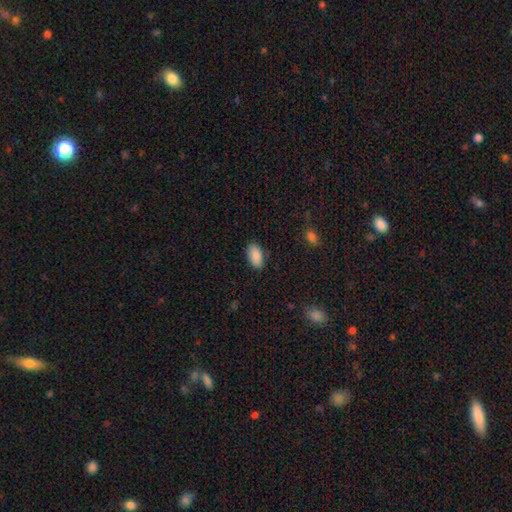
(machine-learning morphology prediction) smooth 88%, star or artifact 7%, featured or disk 5%. Down the decision tree: how rounded — in between (94%); merging — none (85%).